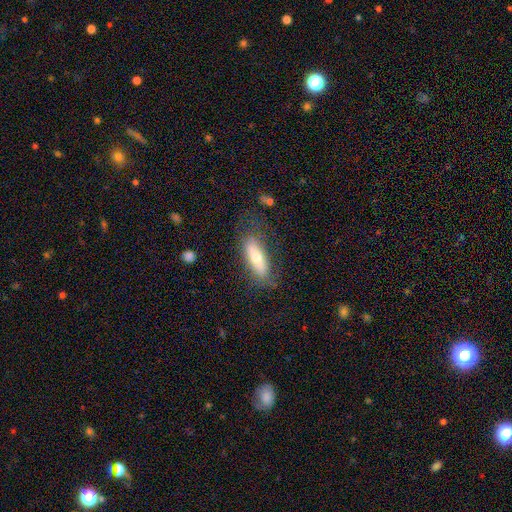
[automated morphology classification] Overall: smooth (59%; featured or disk 35%). How rounded: in between (52%; cigar-shaped 46%). Merging: none (70%).